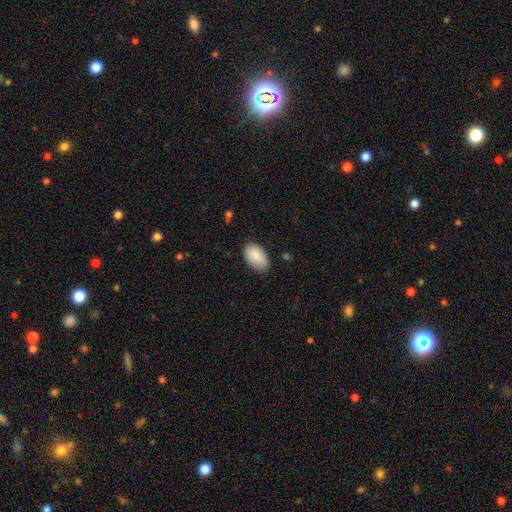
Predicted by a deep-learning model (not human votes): This is clearly a smooth galaxy (85%). How rounded: clearly in between (94%). Merging: likely none (79%).